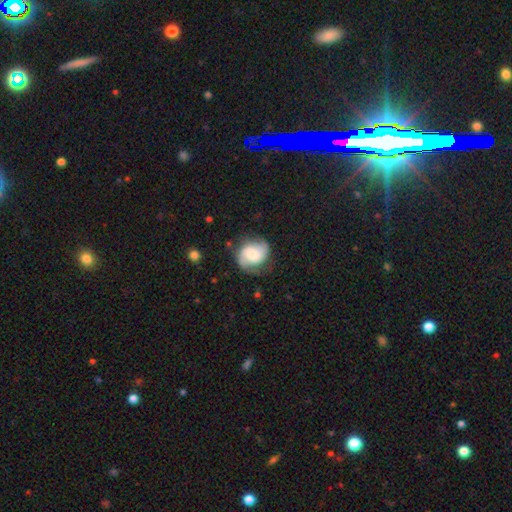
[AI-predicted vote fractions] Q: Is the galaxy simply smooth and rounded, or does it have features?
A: featured or disk — 67%.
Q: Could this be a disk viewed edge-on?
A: no — 98%.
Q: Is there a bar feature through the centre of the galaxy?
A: no — 53%.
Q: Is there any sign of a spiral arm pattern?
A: yes — 93%.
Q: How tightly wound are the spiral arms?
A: medium — 45%.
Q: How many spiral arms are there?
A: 2 — 86%.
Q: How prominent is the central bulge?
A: moderate — 40%.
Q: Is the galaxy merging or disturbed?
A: none — 68%.